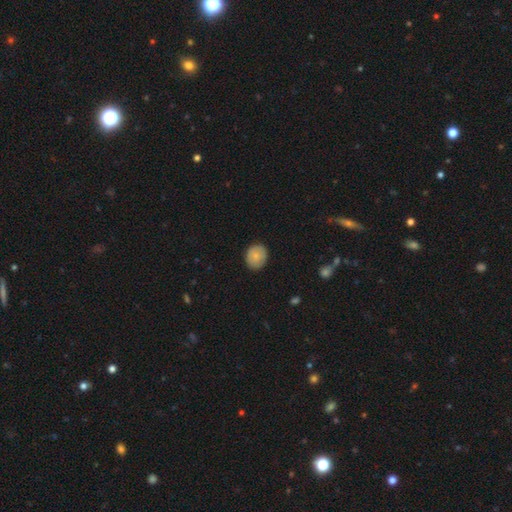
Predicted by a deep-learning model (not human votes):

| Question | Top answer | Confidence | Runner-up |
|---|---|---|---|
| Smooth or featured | smooth | 81% | featured or disk (12%) |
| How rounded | round | 69% | in between (31%) |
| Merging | none | 86% | minor disturbance (11%) |